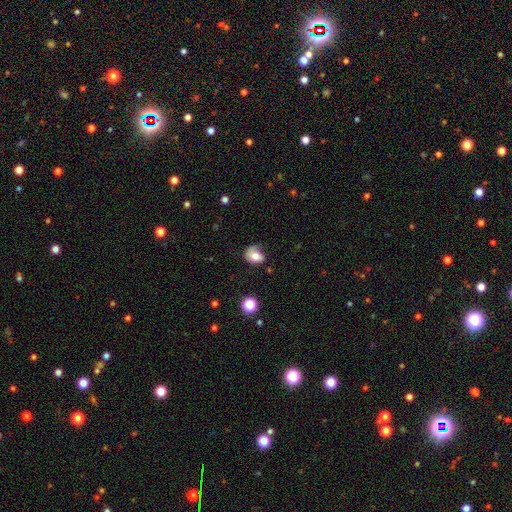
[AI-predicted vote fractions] smooth_or_featured: smooth (p=0.71) [alt: featured or disk p=0.18]
how_rounded: in between (p=0.60) [alt: round p=0.39]
merging: none (p=0.43) [alt: minor disturbance p=0.34]